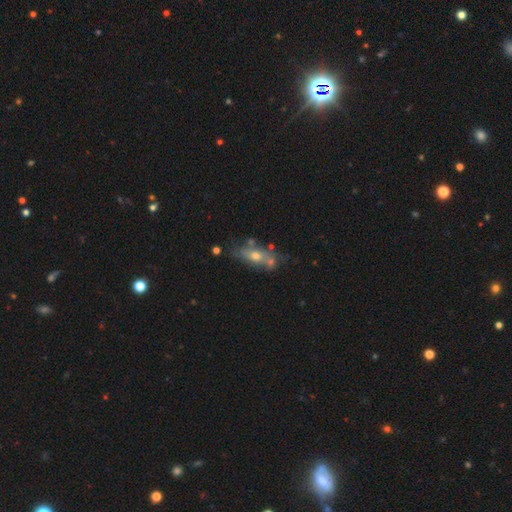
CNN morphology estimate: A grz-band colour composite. It shows a featured or disk galaxy (48%). Merging: none (50%).